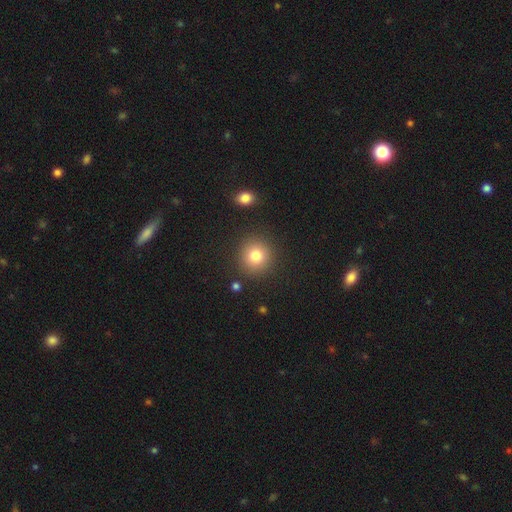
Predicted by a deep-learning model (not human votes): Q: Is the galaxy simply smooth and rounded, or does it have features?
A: smooth — 80%.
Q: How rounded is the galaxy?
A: round — 92%.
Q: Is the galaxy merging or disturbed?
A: none — 88%.